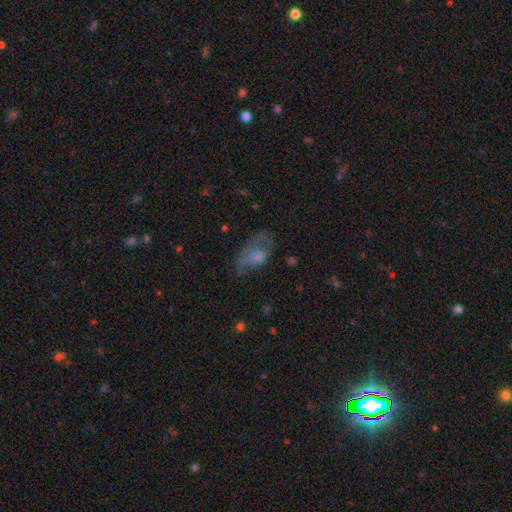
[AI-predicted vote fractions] Morphology: type=smooth (55%); roundness=in between (89%); merging=none (35%).